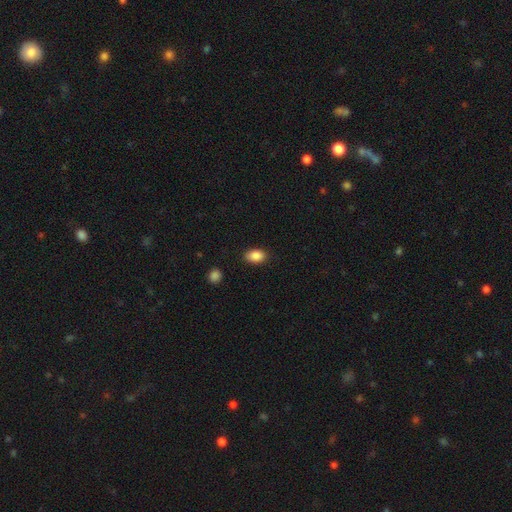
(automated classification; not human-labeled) smooth 88%, star or artifact 8%, featured or disk 4%. Down the decision tree: how rounded — in between (88%); merging — none (86%).